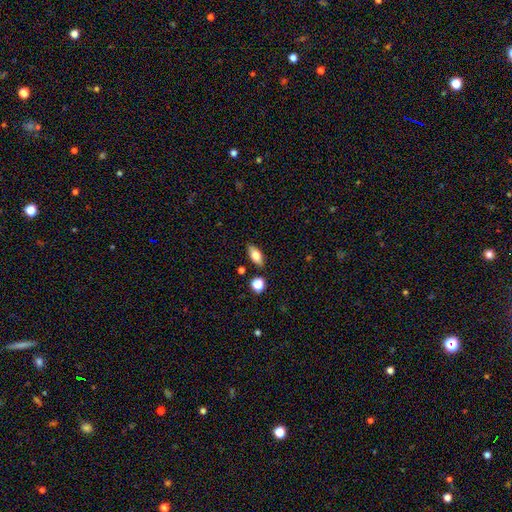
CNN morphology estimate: Smooth or featured: smooth — 73% (featured or disk — 19%)
How rounded: in between — 83% (cigar-shaped — 11%)
Merging: none — 83% (minor disturbance — 10%)